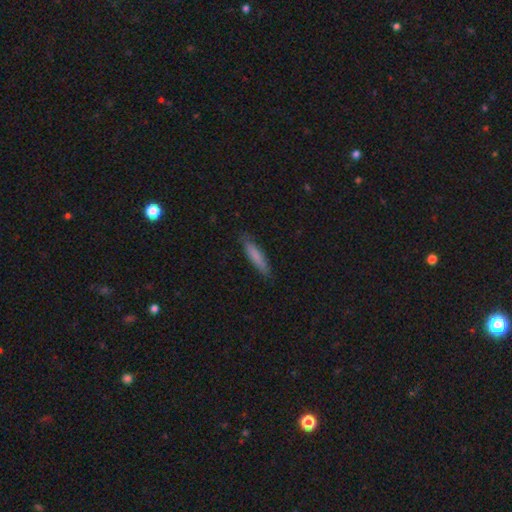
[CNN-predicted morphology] The model was most divided on "smooth or featured": smooth: 79%, featured or disk: 15%, star or artifact: 6%. More confident: merging — none (87%); how rounded — cigar-shaped (84%).